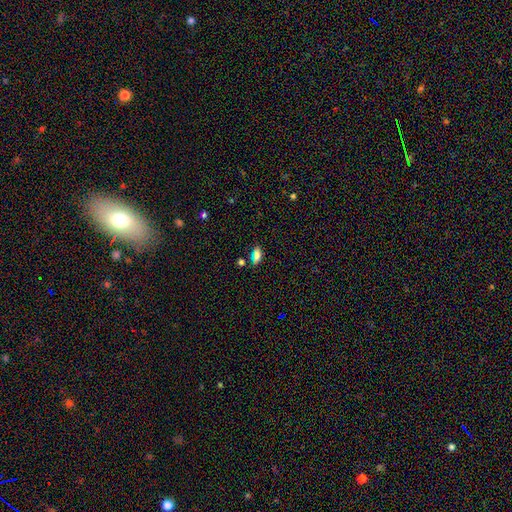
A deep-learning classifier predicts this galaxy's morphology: Smooth or featured: smooth — 72% (featured or disk — 15%)
How rounded: in between — 81% (cigar-shaped — 13%)
Merging: none — 75% (minor disturbance — 14%)